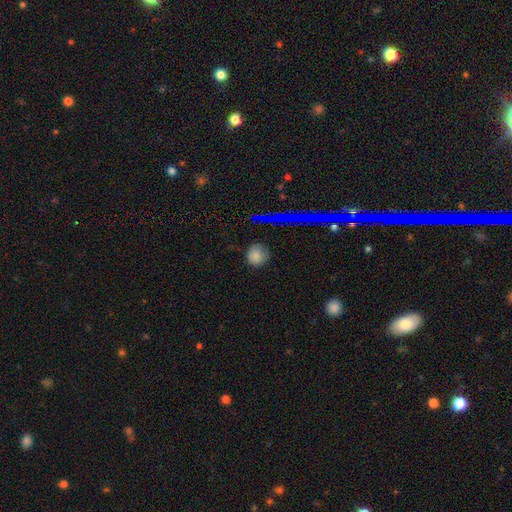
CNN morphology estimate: Smooth or featured? Predicted: smooth (p=0.79). How rounded? Predicted: round (p=0.87). Merging? Predicted: none (p=0.80).